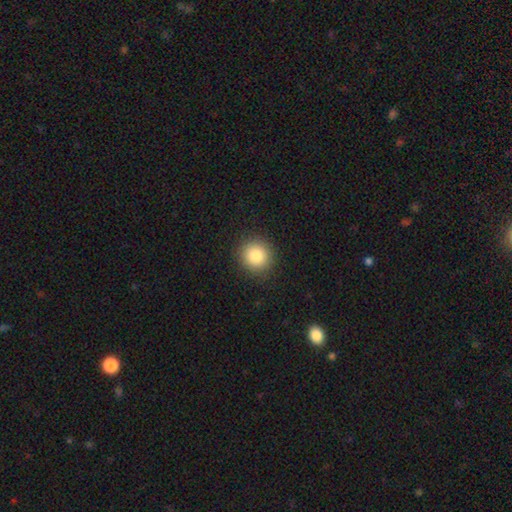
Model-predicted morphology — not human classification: Smooth or featured: smooth — 84% (star or artifact — 10%)
How rounded: round — 92% (in between — 7%)
Merging: none — 91% (minor disturbance — 6%)